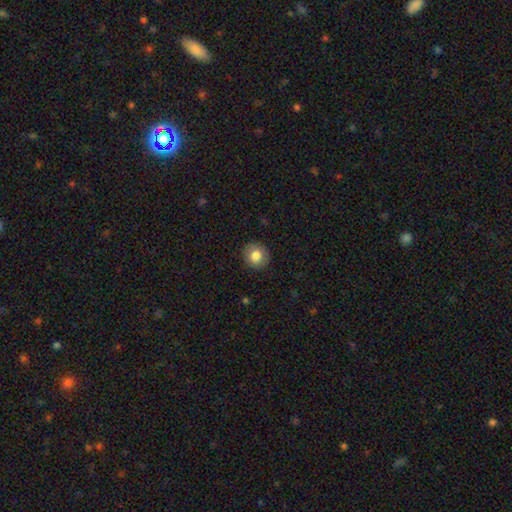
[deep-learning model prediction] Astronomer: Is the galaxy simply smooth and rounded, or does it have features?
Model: smooth — 82%.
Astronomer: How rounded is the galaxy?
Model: round — 87%.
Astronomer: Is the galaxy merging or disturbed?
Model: none — 90%.